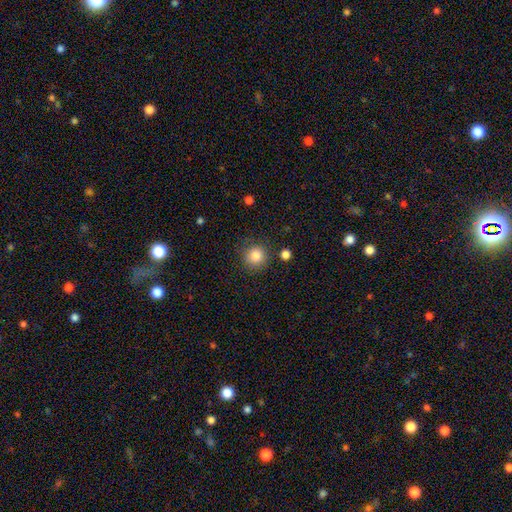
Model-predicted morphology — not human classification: type=smooth (84%); roundness=round (94%); merging=none (85%).